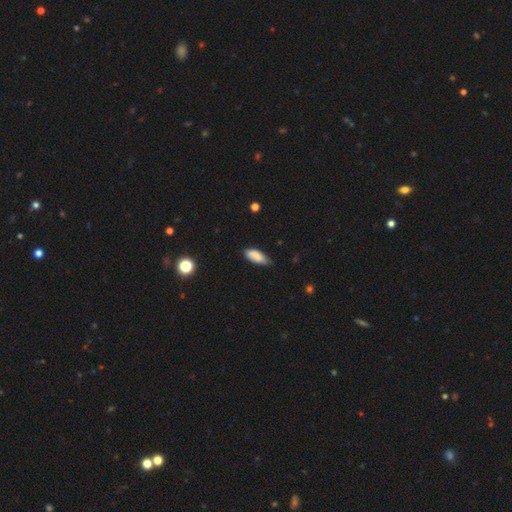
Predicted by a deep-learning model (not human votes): smooth_or_featured: smooth (p=0.83) [alt: featured or disk p=0.10]
how_rounded: in between (p=0.83) [alt: cigar-shaped p=0.15]
merging: none (p=0.57) [alt: minor disturbance p=0.36]